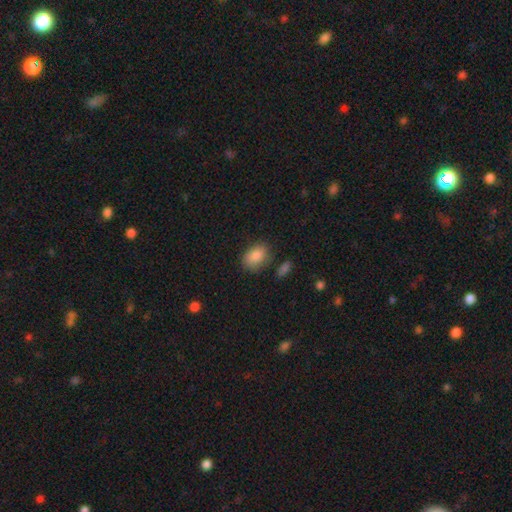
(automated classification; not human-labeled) Morphology: type=smooth (84%); roundness=in between (82%); merging=none (74%).